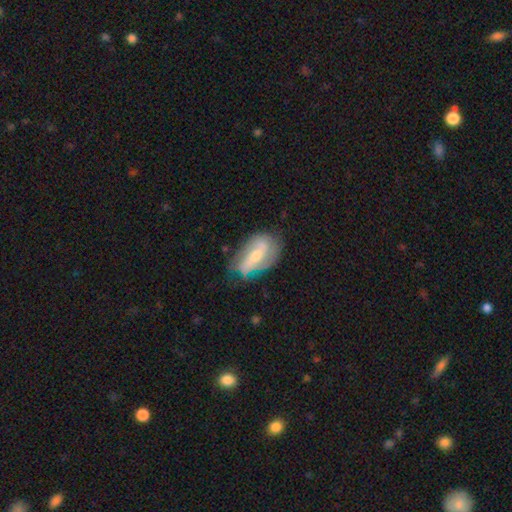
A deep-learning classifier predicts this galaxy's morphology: Smooth or featured? Predicted: featured or disk (p=0.75). Edge-on disk? Predicted: no (p=0.94). Bar? Predicted: weak (p=0.39). Spiral arms? Predicted: yes (p=0.89). Spiral winding? Predicted: medium (p=0.40). Spiral arm count? Predicted: 2 (p=0.70). Bulge size? Predicted: moderate (p=0.49). Merging? Predicted: none (p=0.64).